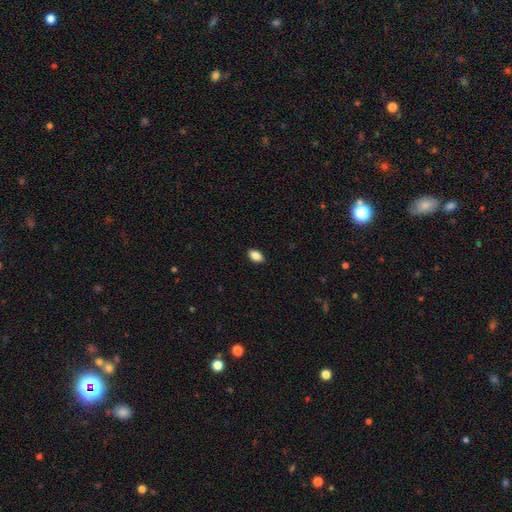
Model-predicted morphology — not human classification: The model was most divided on "smooth or featured": smooth: 87%, star or artifact: 8%, featured or disk: 4%. More confident: how rounded — in between (90%); merging — none (90%).